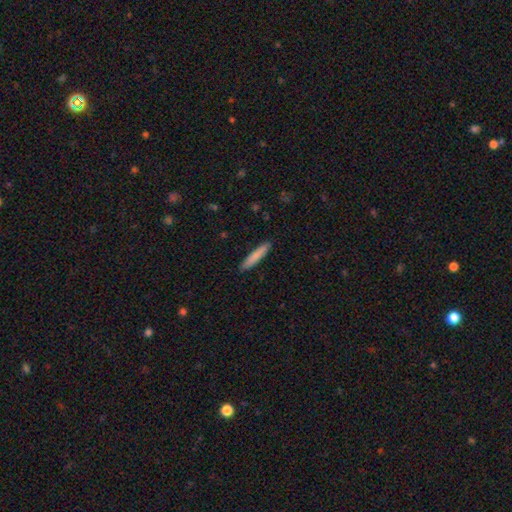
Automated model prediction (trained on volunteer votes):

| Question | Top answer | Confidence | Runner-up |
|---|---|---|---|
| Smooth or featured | smooth | 82% | featured or disk (12%) |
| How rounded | cigar-shaped | 92% | in between (7%) |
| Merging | none | 90% | minor disturbance (7%) |